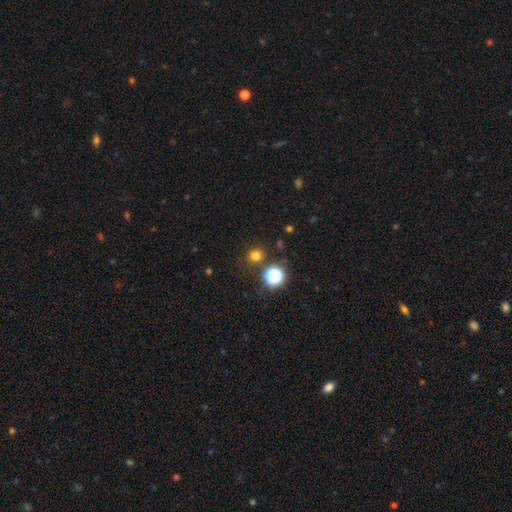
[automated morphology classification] Smooth or featured? smooth (73%)
How rounded? round (88%)
Merging? none (85%)